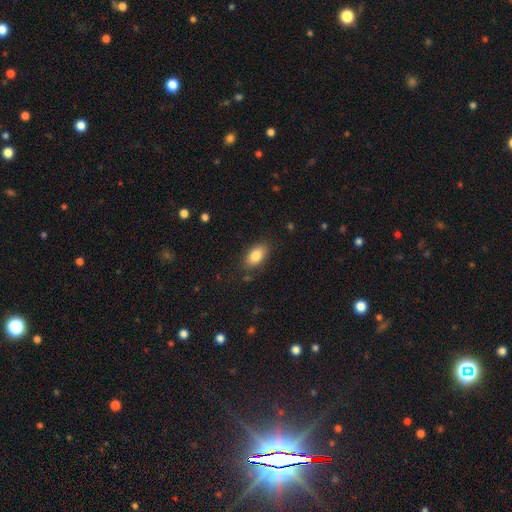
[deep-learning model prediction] Smooth or featured: smooth — 84% (featured or disk — 9%)
How rounded: in between — 90% (round — 6%)
Merging: none — 83% (minor disturbance — 13%)